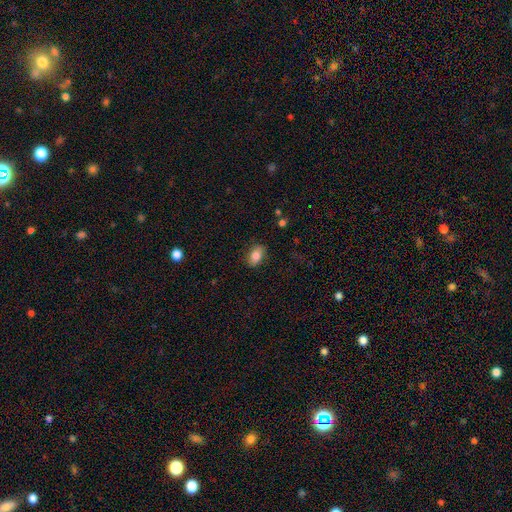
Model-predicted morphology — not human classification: Smooth or featured? Predicted: smooth (p=0.81). How rounded? Predicted: in between (p=0.87). Merging? Predicted: none (p=0.83).